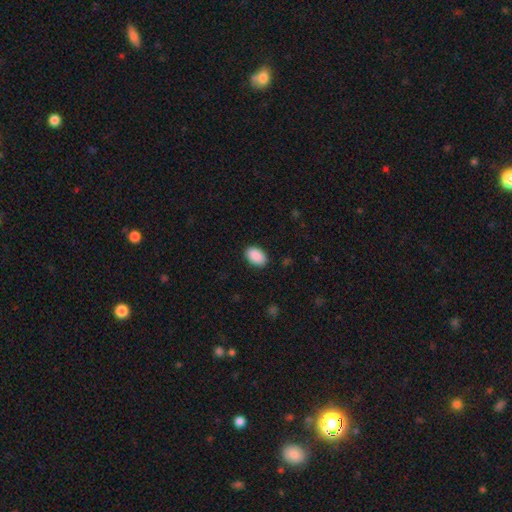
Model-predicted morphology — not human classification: Smooth or featured? Predicted: smooth (p=0.91). How rounded? Predicted: in between (p=0.89). Merging? Predicted: none (p=0.88).